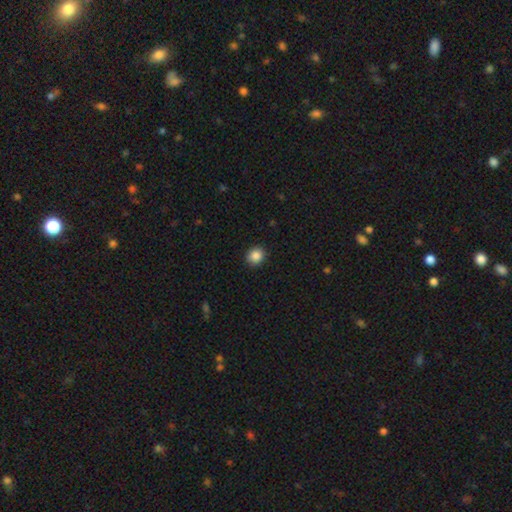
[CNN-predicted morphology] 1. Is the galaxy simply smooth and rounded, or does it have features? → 87% smooth, 9% star or artifact, 3% featured or disk.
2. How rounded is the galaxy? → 80% round, 19% in between, 1% cigar-shaped.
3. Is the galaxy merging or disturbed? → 91% none, 6% minor disturbance, 2% major disturbance, 1% merger.